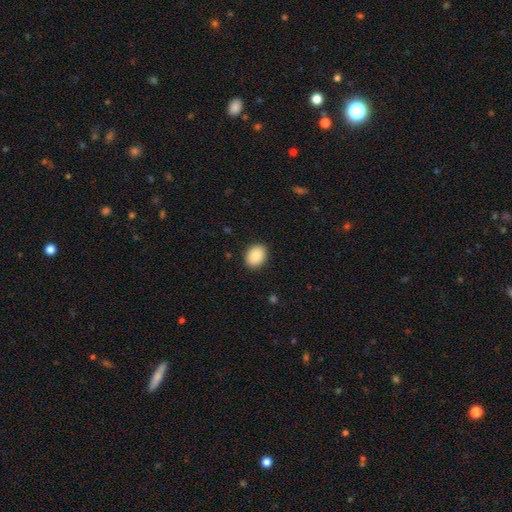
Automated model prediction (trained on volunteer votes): Morphology: type=smooth (88%); roundness=in between (58%); merging=none (90%).